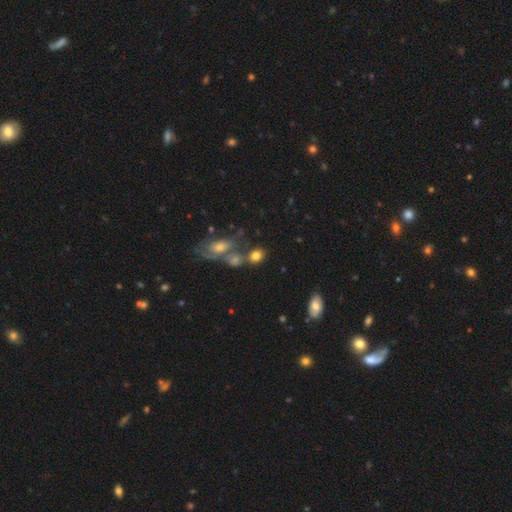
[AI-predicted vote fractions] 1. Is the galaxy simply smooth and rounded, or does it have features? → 77% smooth, 13% featured or disk, 10% star or artifact.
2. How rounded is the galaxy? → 54% in between, 44% round, 2% cigar-shaped.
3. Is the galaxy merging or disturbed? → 48% none, 31% merger, 14% minor disturbance, 7% major disturbance.